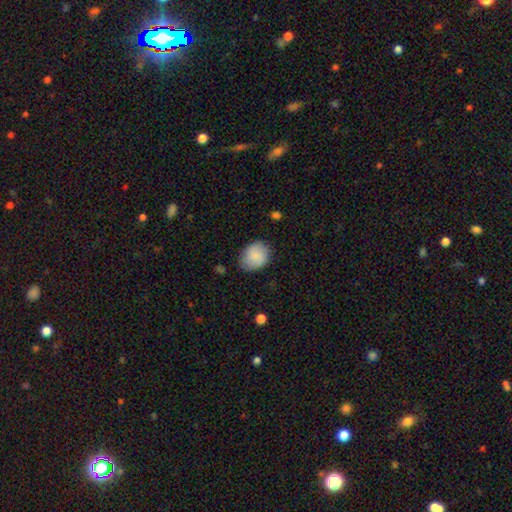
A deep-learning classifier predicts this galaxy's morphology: Overall: smooth (80%). How rounded: in between (52%; round 47%). Merging: none (77%).